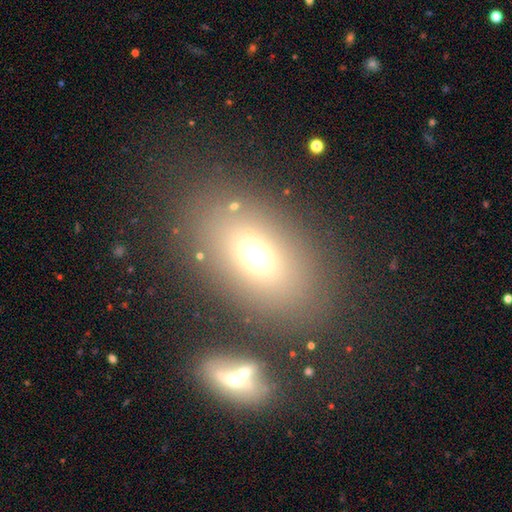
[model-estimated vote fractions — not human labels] A smooth galaxy with no disk features (67%) that is in between round and cigar-shaped (79%).

Vote fractions:
- Smooth or featured? smooth: 67% / star or artifact: 17% / featured or disk: 15%
- How rounded? in between: 79% / round: 19% / cigar-shaped: 2%
- Merging? none: 72% / merger: 11% / minor disturbance: 10% / major disturbance: 6%